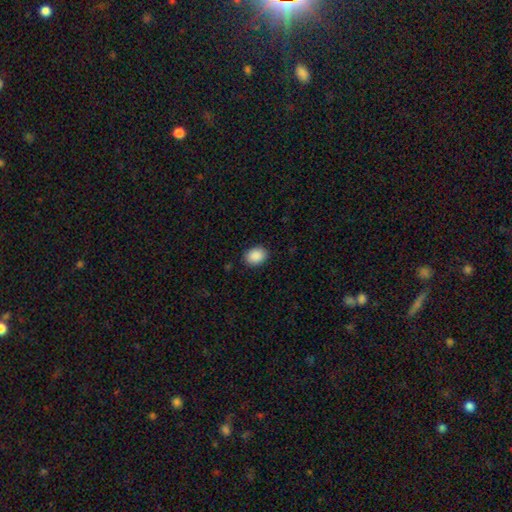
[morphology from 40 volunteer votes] This is clearly a smooth galaxy (82%). How rounded: possibly in between (55%). Merging: clearly none (81%).